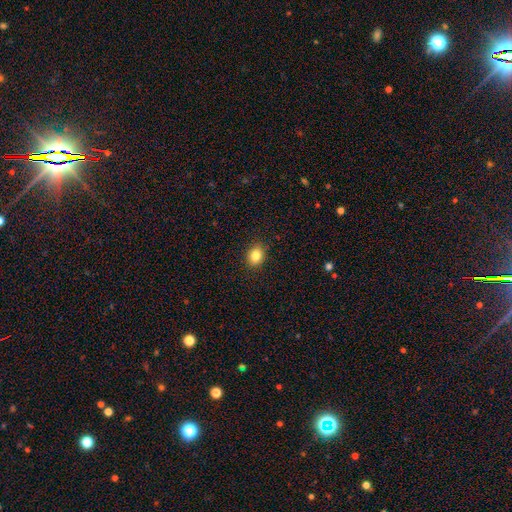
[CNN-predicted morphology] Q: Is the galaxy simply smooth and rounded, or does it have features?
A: smooth — 83%.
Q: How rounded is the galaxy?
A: in between — 52%.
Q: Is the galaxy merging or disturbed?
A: none — 89%.